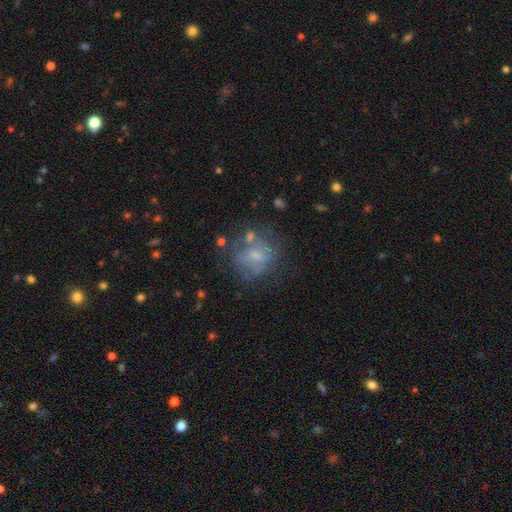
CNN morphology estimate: Smooth or featured?
  - featured or disk: 44% *
  - smooth: 43%
  - star or artifact: 13%
Merging?
  - none: 48% *
  - minor disturbance: 21%
  - major disturbance: 20%
  - merger: 11%